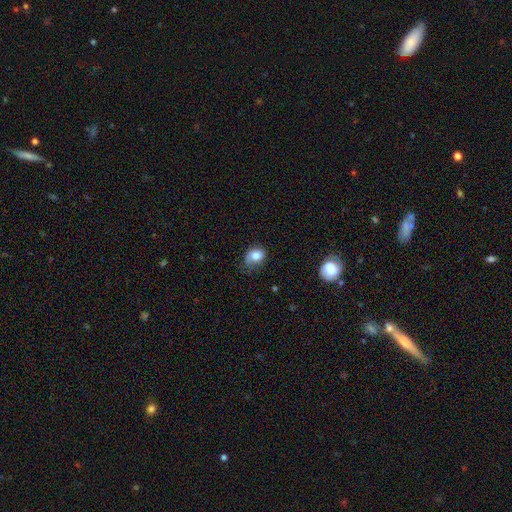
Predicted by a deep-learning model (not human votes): Smooth or featured?
  - smooth: 80% *
  - featured or disk: 10%
  - star or artifact: 9%
How rounded?
  - in between: 66% *
  - round: 33%
  - cigar-shaped: 1%
Merging?
  - none: 54% *
  - minor disturbance: 34%
  - major disturbance: 11%
  - merger: 2%